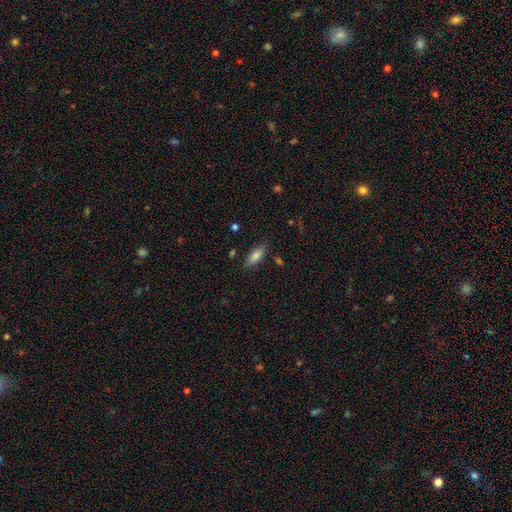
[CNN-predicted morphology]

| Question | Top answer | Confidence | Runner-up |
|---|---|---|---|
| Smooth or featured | smooth | 82% | featured or disk (11%) |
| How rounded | in between | 74% | cigar-shaped (24%) |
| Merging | none | 80% | minor disturbance (14%) |